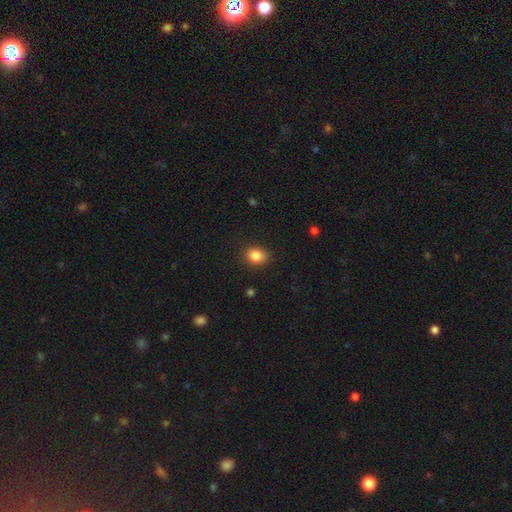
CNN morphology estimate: Smooth or featured: smooth — 86% (star or artifact — 9%)
How rounded: in between — 63% (round — 36%)
Merging: none — 86% (minor disturbance — 10%)